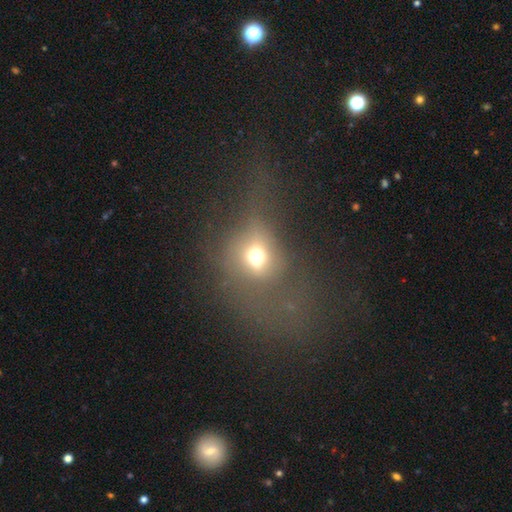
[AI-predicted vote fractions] smooth-or-featured: smooth: 58% | star or artifact: 24% | featured or disk: 19%
  how-rounded: round: 66% | in between: 31% | cigar-shaped: 3%
  merging: none: 49% | major disturbance: 24% | minor disturbance: 18% | merger: 9%